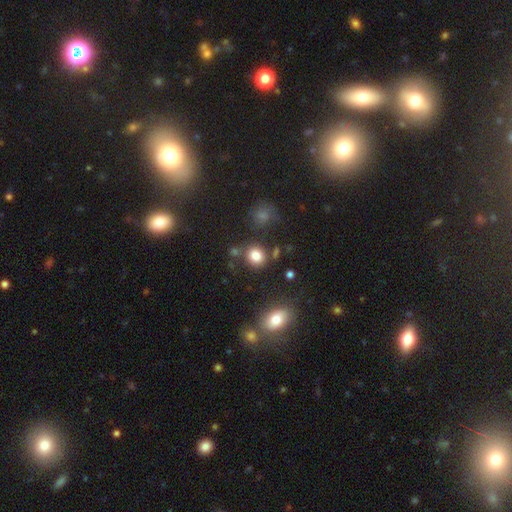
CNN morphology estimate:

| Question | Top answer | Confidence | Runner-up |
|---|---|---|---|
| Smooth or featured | smooth | 82% | star or artifact (12%) |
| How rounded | round | 75% | in between (24%) |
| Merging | none | 76% | minor disturbance (11%) |